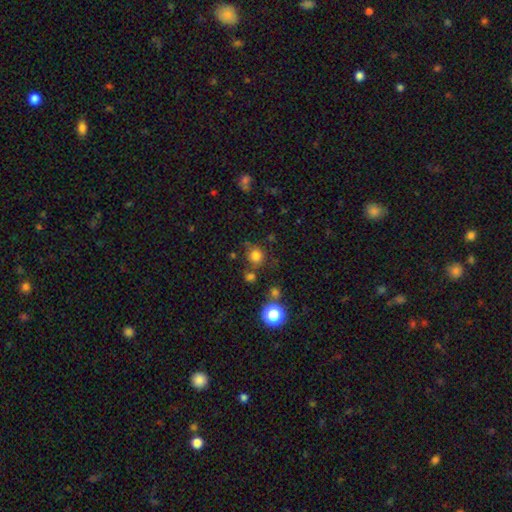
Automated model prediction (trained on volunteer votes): smooth 78%, star or artifact 16%, featured or disk 6%. Down the decision tree: how rounded — round (89%); merging — none (72%).